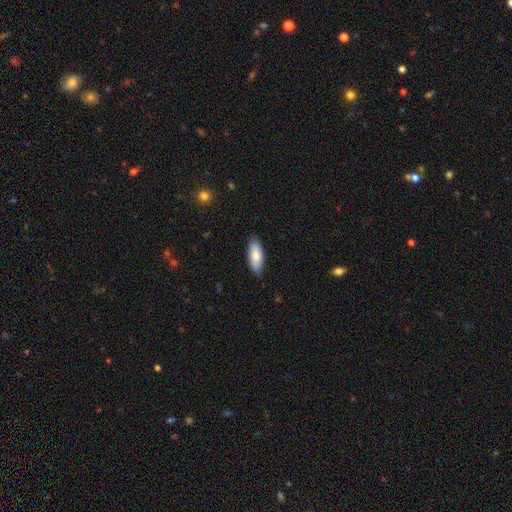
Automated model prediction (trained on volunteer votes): Morphology: type=smooth (83%); roundness=in between (78%); merging=none (86%).